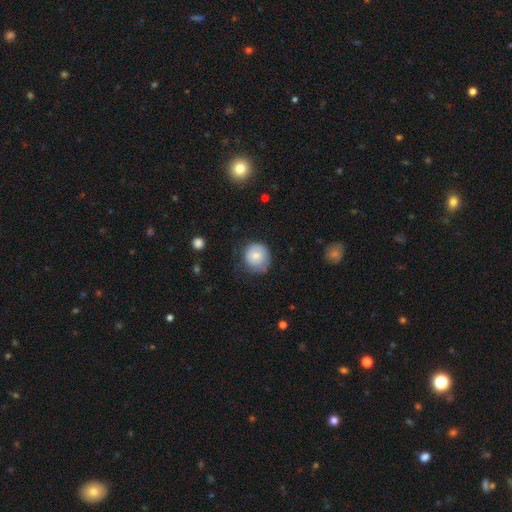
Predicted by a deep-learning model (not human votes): Q: Smooth or featured?
A: smooth (72%); runner-up: featured or disk (20%)
Q: How rounded?
A: round (88%); runner-up: in between (11%)
Q: Merging?
A: none (64%); runner-up: minor disturbance (27%)